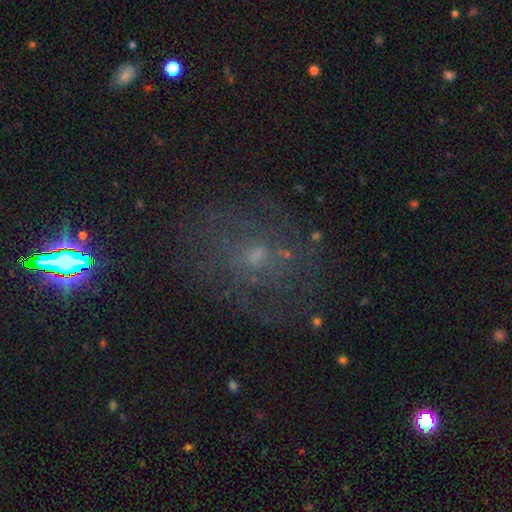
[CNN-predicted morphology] Overall: featured or disk (59%; smooth 25%). Edge-on disk: no (97%). Bar: no (73%). Spiral arms: yes (61%; no 39%). Bulge size: small (58%; moderate 33%). Merging: none (69%).